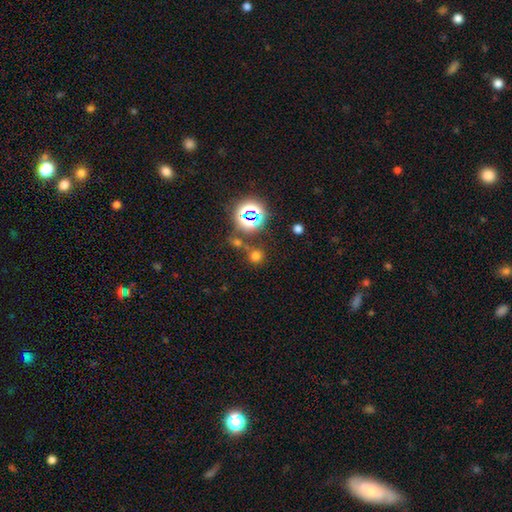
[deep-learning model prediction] Overall: smooth (64%; star or artifact 29%). How rounded: round (90%). Merging: none (74%).